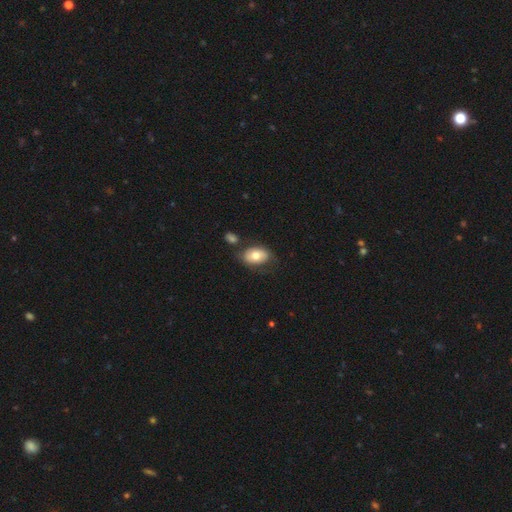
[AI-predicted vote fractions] A smooth galaxy with no disk features (69%) that is in between round and cigar-shaped (86%). Merging: none (63%).